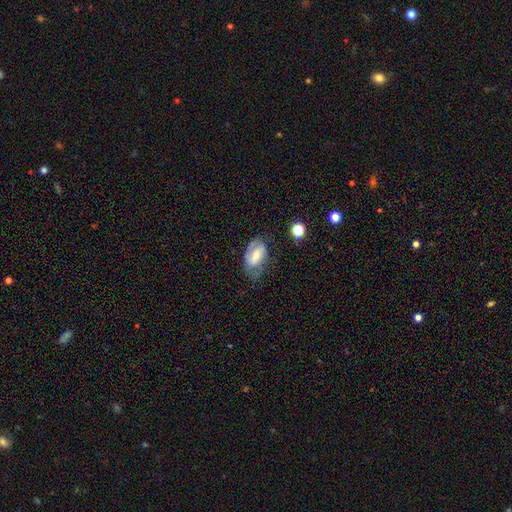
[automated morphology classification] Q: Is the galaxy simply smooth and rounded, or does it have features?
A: featured or disk — 54%.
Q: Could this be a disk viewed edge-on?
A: no — 95%.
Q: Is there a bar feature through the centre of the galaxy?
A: weak — 43%.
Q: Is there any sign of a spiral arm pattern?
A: yes — 75%.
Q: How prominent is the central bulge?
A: moderate — 45%.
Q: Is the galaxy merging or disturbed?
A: none — 50%.